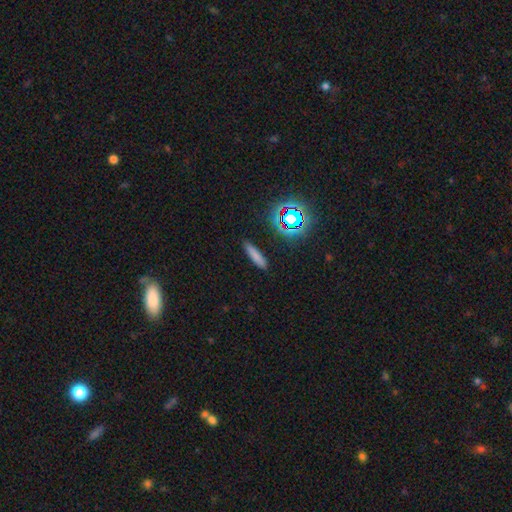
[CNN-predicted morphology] Smooth or featured? smooth (73%)
How rounded? cigar-shaped (84%)
Merging? none (89%)